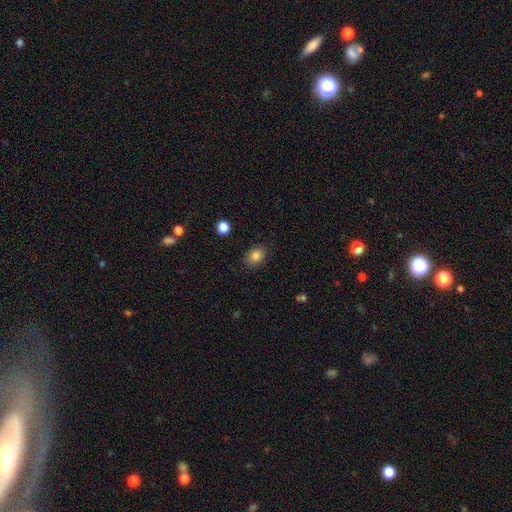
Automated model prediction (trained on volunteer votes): Smooth or featured?
  - smooth: 84% *
  - star or artifact: 10%
  - featured or disk: 6%
How rounded?
  - in between: 66% *
  - round: 33%
  - cigar-shaped: 1%
Merging?
  - none: 86% *
  - minor disturbance: 10%
  - major disturbance: 3%
  - merger: 1%